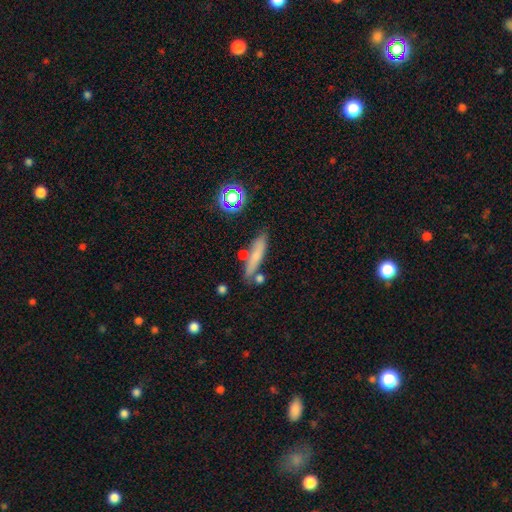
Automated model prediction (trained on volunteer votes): Smooth or featured? Predicted: smooth (p=0.66). How rounded? Predicted: cigar-shaped (p=0.81). Merging? Predicted: none (p=0.71).